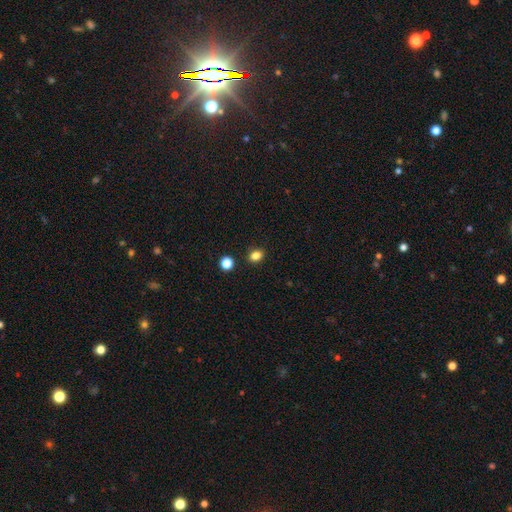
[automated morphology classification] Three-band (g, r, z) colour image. It shows a smooth galaxy with no disk features (84%) that is in between round and cigar-shaped (51%). Merging: none (87%).